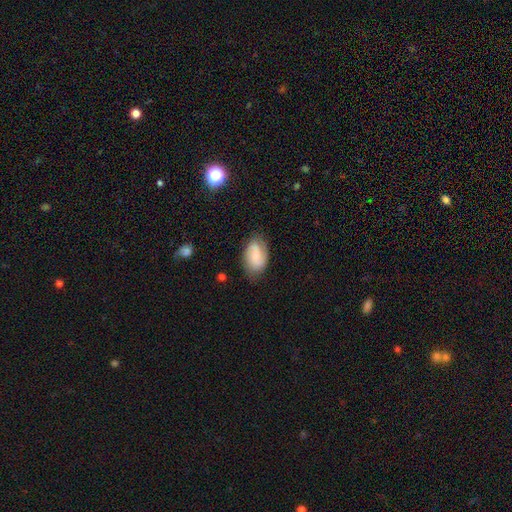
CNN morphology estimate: The model was most divided on "bulge size": moderate: 47%, small: 44%, none: 5%, large: 3%, dominant: 1%. Remaining: edge-on disk — no (96%); spiral arms — yes (88%); spiral arm count — 2 (84%); merging — none (78%); smooth or featured — featured or disk (59%); bar — weak (46%); spiral winding — medium (45%).